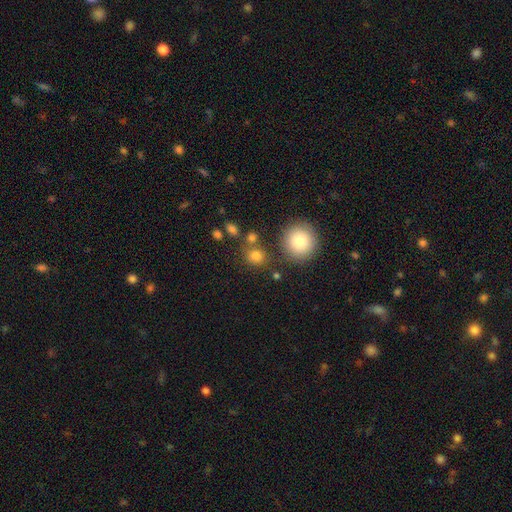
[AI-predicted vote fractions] smooth-or-featured: smooth: 79% | star or artifact: 14% | featured or disk: 7%
  how-rounded: round: 84% | in between: 15% | cigar-shaped: 1%
  merging: none: 73% | merger: 13% | minor disturbance: 10% | major disturbance: 4%